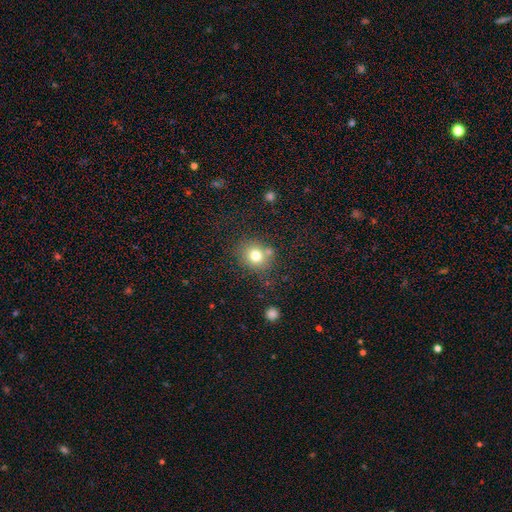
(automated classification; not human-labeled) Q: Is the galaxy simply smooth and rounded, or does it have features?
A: smooth — 76%.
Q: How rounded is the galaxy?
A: round — 80%.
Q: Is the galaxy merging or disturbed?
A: none — 70%.